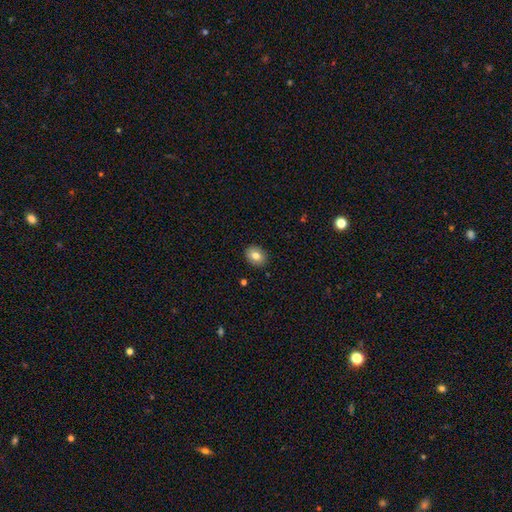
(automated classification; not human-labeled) A smooth galaxy with no disk features (80%) that is in between round and cigar-shaped (53%).

Vote fractions:
- Smooth or featured? smooth: 80% / featured or disk: 11% / star or artifact: 9%
- How rounded? in between: 53% / round: 46% / cigar-shaped: 1%
- Merging? none: 90% / minor disturbance: 8% / major disturbance: 2% / merger: 1%